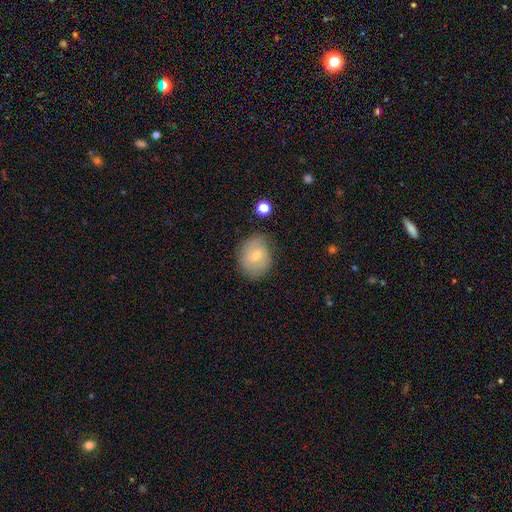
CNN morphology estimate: Smooth or featured? Predicted: smooth (p=0.57). How rounded? Predicted: in between (p=0.51). Merging? Predicted: none (p=0.74).